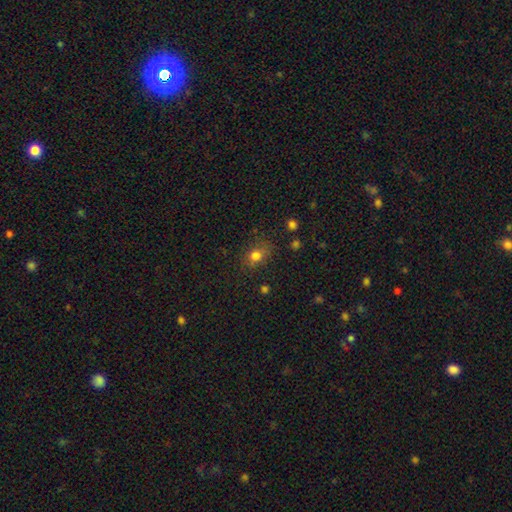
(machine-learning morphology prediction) A smooth galaxy with no disk features (78%) that is in between round and cigar-shaped (55%). Merging: none (72%).